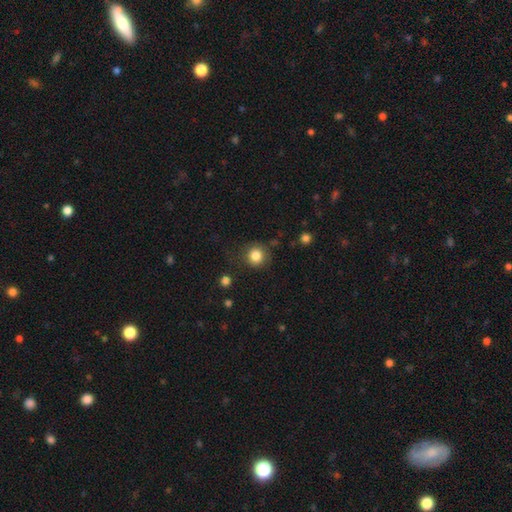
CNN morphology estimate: Smooth or featured: smooth — 84% (star or artifact — 11%)
How rounded: round — 91% (in between — 8%)
Merging: none — 81% (minor disturbance — 12%)